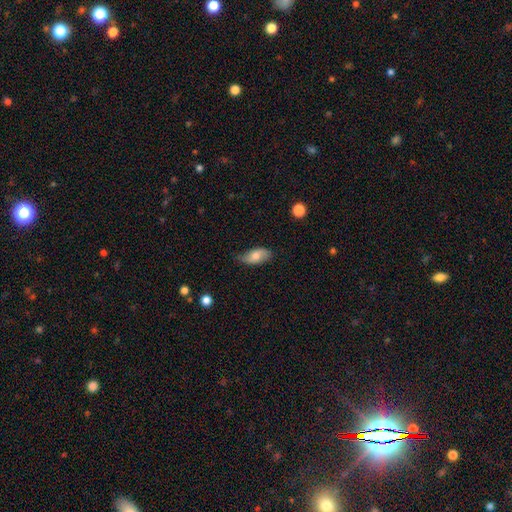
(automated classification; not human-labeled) This appears to be a smooth galaxy with no disk features (66%) that is in between round and cigar-shaped (91%). Merging: none (63%).